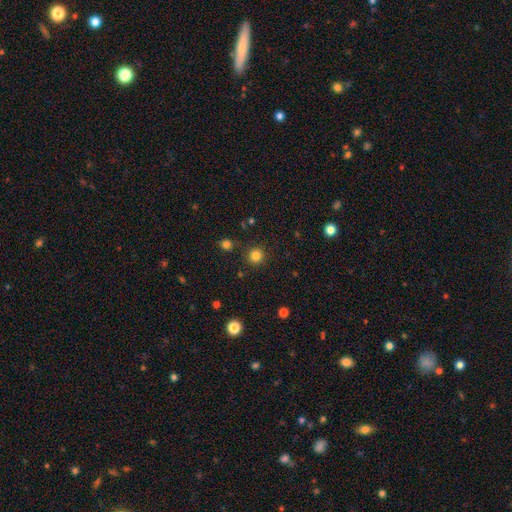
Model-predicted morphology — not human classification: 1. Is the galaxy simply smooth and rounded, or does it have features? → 82% smooth, 14% star or artifact, 4% featured or disk.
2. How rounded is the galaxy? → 93% round, 6% in between, 1% cigar-shaped.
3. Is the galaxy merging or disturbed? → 90% none, 6% minor disturbance, 2% major disturbance, 2% merger.